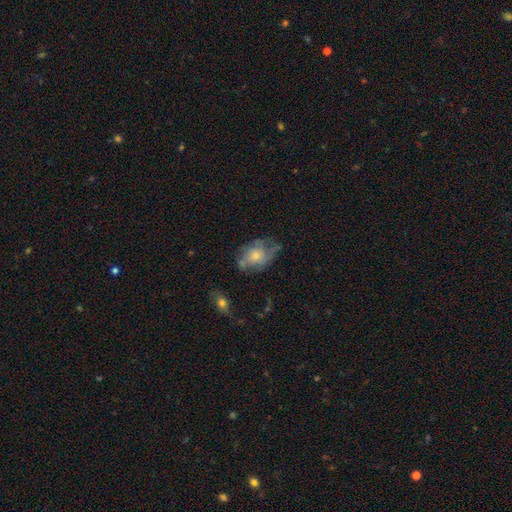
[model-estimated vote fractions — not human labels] Q: Smooth or featured?
A: featured or disk (47%); runner-up: smooth (45%)
Q: Merging?
A: none (45%); runner-up: minor disturbance (30%)